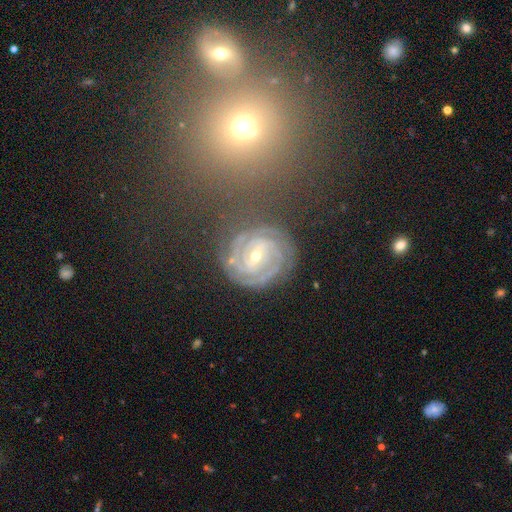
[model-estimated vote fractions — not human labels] A featured or disk galaxy (85%) with a weak bar (42%), 3 (27%) tight (83%) spiral arms (98%) and a small central bulge (62%). Merging: none (79%).